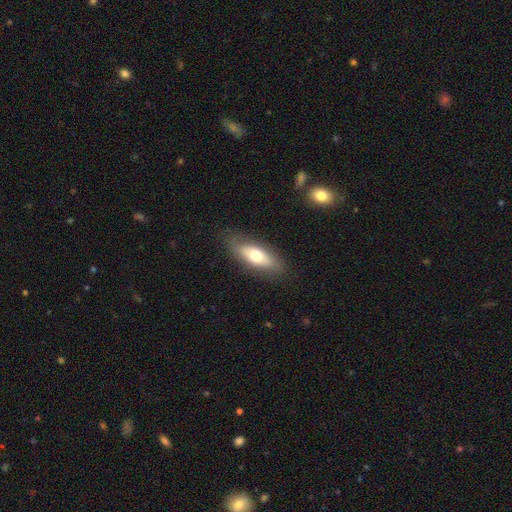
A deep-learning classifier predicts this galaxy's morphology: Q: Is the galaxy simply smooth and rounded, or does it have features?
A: smooth — 62%.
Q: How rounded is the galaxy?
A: in between — 70%.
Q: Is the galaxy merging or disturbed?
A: none — 82%.